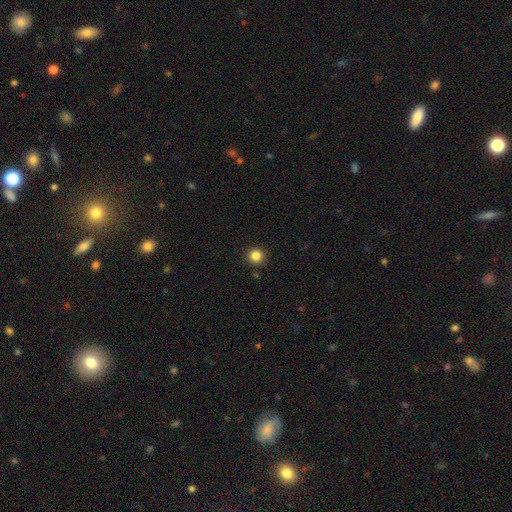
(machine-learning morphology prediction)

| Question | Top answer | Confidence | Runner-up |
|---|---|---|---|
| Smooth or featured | smooth | 85% | star or artifact (11%) |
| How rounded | round | 95% | in between (4%) |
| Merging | none | 92% | minor disturbance (5%) |